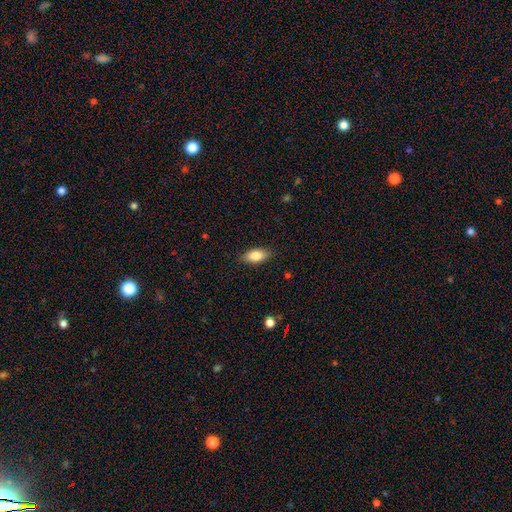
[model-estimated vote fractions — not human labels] Smooth or featured? smooth (84%)
How rounded? in between (89%)
Merging? none (85%)